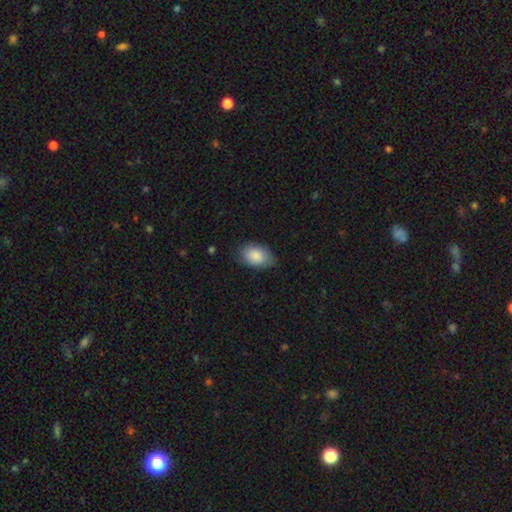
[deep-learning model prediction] Smooth or featured: smooth — 86% (featured or disk — 8%)
How rounded: in between — 90% (round — 9%)
Merging: none — 73% (minor disturbance — 22%)